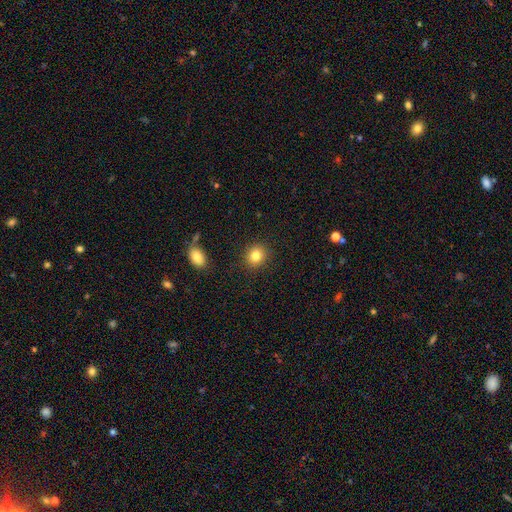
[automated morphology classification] Overall: smooth (83%). How rounded: round (78%). Merging: none (89%).